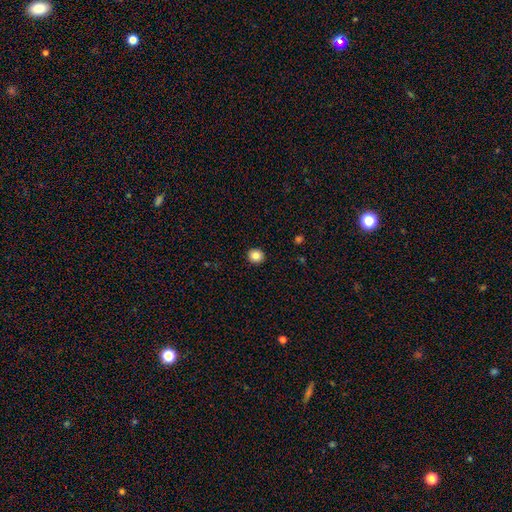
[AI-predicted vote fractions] This appears to be a smooth galaxy with no disk features (83%) that is round (89%). Merging: none (93%).